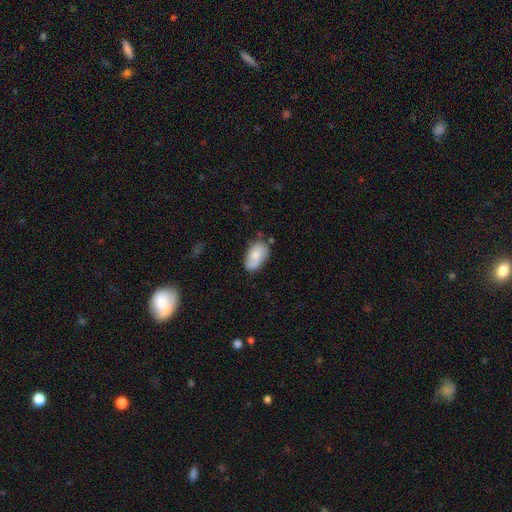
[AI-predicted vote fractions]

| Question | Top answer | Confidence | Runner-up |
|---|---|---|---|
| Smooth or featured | smooth | 75% | featured or disk (19%) |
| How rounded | in between | 94% | round (4%) |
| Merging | none | 66% | minor disturbance (24%) |